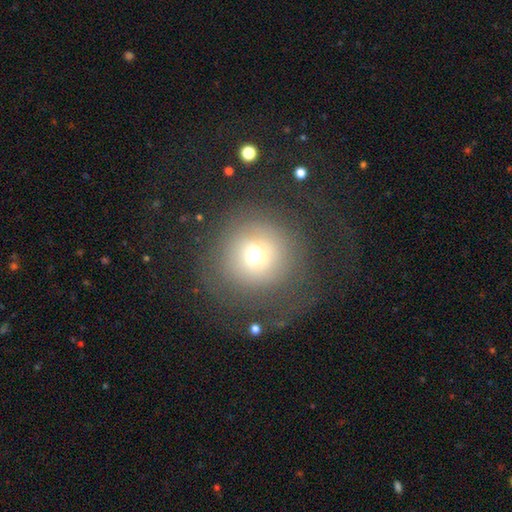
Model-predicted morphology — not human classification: Smooth or featured? Predicted: smooth (p=0.63). How rounded? Predicted: round (p=0.94). Merging? Predicted: none (p=0.61).